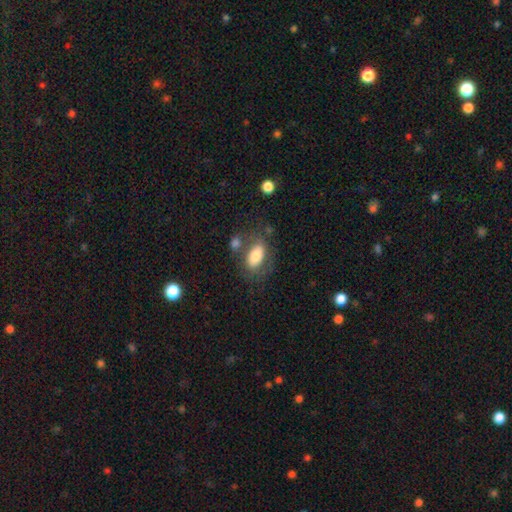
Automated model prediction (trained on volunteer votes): Morphology: type=smooth (74%); roundness=in between (90%); merging=none (55%).